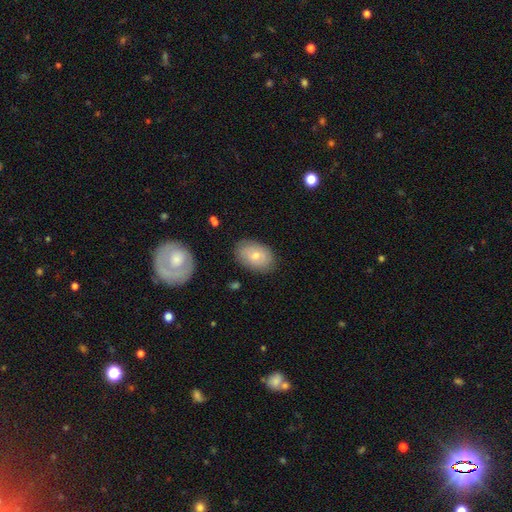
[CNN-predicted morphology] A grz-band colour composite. It shows a smooth galaxy with no disk features (72%) that is in between round and cigar-shaped (86%). Merging: none (83%).